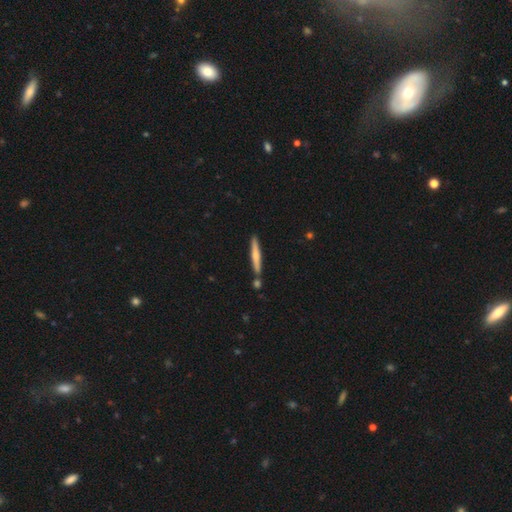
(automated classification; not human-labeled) This is possibly a smooth galaxy (55%). How rounded: clearly cigar-shaped (95%). Merging: clearly none (81%).